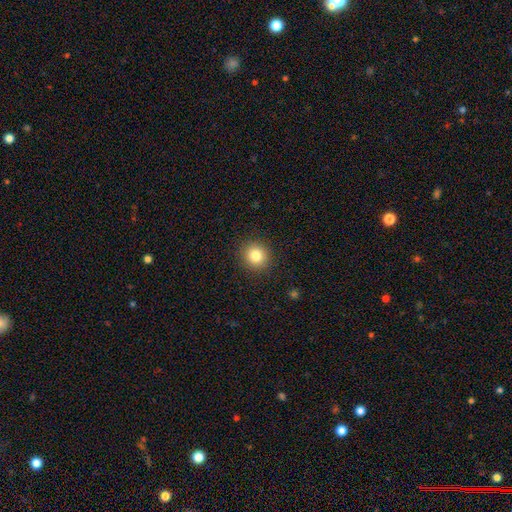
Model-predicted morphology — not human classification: smooth-or-featured: smooth: 82% | star or artifact: 11% | featured or disk: 7%
  how-rounded: round: 91% | in between: 8% | cigar-shaped: 1%
  merging: none: 91% | minor disturbance: 6% | major disturbance: 2% | merger: 1%